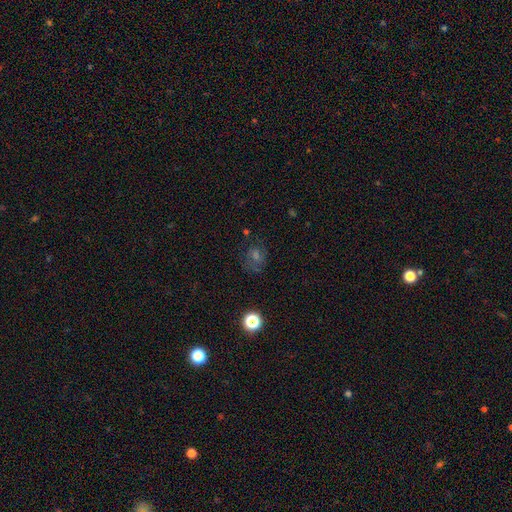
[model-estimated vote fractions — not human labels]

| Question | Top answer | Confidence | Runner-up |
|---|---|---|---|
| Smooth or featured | smooth | 43% | star or artifact (36%) |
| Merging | none | 68% | minor disturbance (18%) |